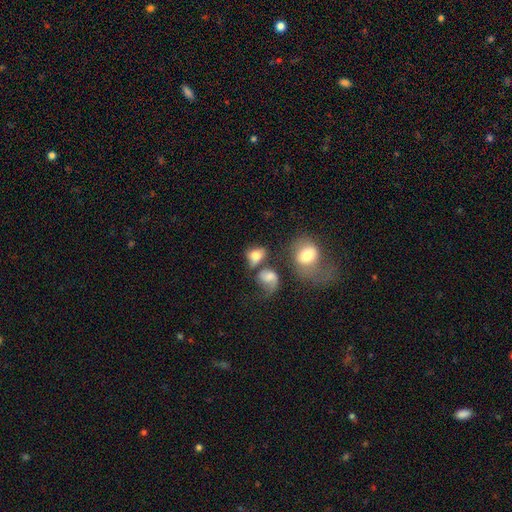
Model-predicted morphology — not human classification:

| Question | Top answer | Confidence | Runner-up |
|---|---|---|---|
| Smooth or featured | smooth | 71% | featured or disk (19%) |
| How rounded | in between | 66% | round (32%) |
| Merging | merger | 33% | tied: none (33%) |